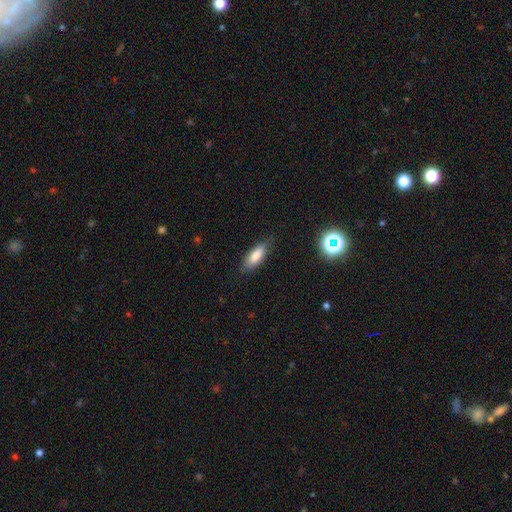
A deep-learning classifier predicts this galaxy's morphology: Overall: smooth (80%). How rounded: in between (67%; cigar-shaped 31%). Merging: none (78%).